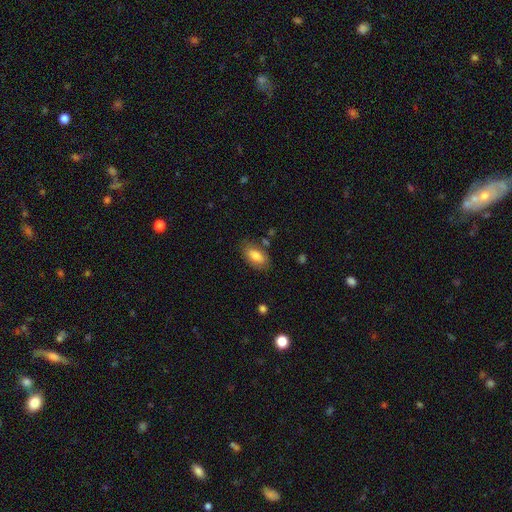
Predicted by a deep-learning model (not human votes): smooth_or_featured: smooth (p=0.78) [alt: featured or disk p=0.15]
how_rounded: in between (p=0.91) [alt: round p=0.05]
merging: none (p=0.77) [alt: minor disturbance p=0.16]